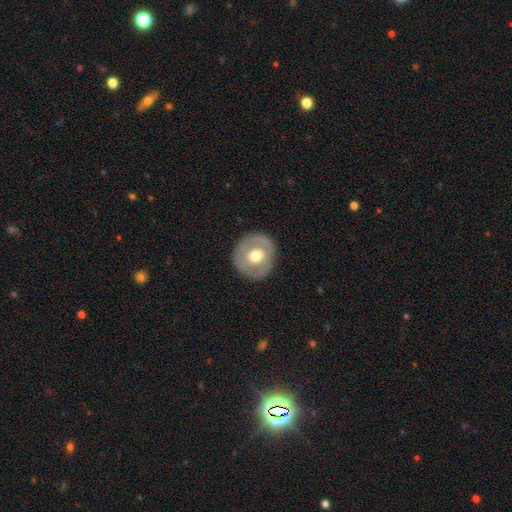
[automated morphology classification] smooth_or_featured: smooth (p=0.48) [alt: featured or disk p=0.46]
merging: none (p=0.84) [alt: minor disturbance p=0.11]